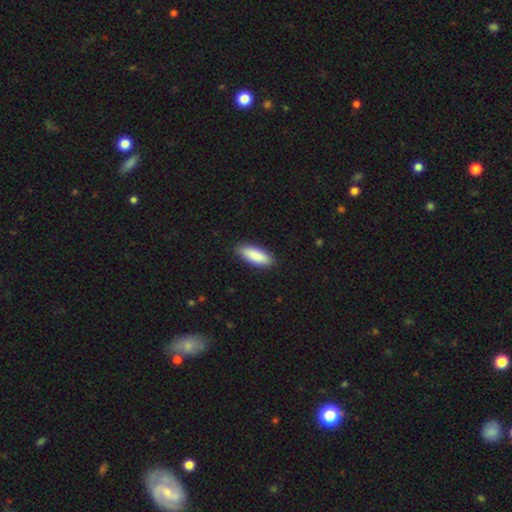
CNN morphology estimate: Smooth or featured? smooth (89%)
How rounded? in between (67%)
Merging? none (88%)